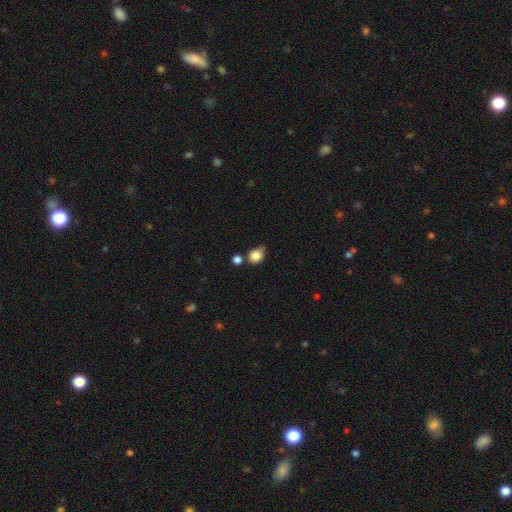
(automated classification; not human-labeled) A smooth galaxy with no disk features (82%) that is round (50%).

Vote fractions:
- Smooth or featured? smooth: 82% / star or artifact: 10% / featured or disk: 8%
- How rounded? round: 50% / in between: 48% / cigar-shaped: 1%
- Merging? none: 50% / minor disturbance: 29% / merger: 13% / major disturbance: 7%